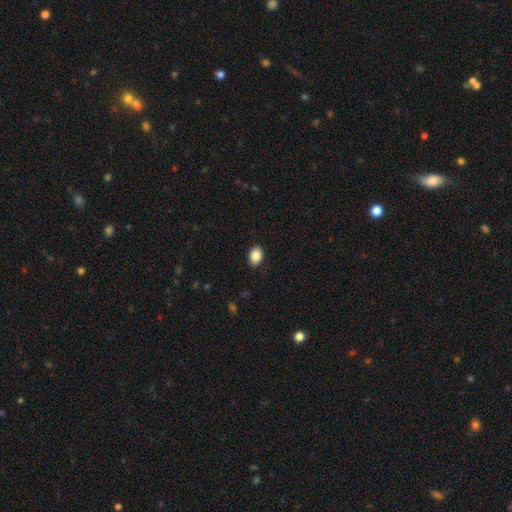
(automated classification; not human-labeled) smooth_or_featured: smooth (p=0.88) [alt: star or artifact p=0.08]
how_rounded: in between (p=0.79) [alt: round p=0.20]
merging: none (p=0.89) [alt: minor disturbance p=0.08]